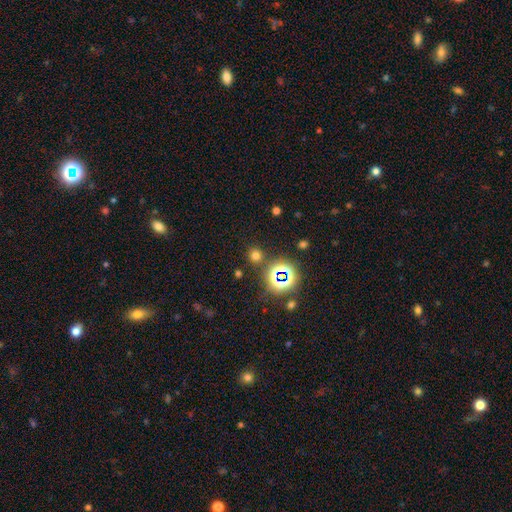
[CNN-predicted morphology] A smooth galaxy with no disk features (60%) that is round (89%).

Vote fractions:
- Smooth or featured? smooth: 60% / star or artifact: 33% / featured or disk: 7%
- How rounded? round: 89% / in between: 10% / cigar-shaped: 1%
- Merging? none: 84% / minor disturbance: 8% / merger: 5% / major disturbance: 4%